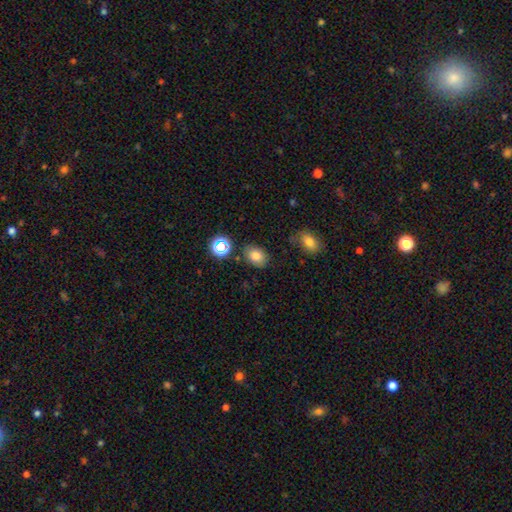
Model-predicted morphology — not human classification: smooth 78%, star or artifact 14%, featured or disk 8%. Down the decision tree: how rounded — in between (73%); merging — none (79%).